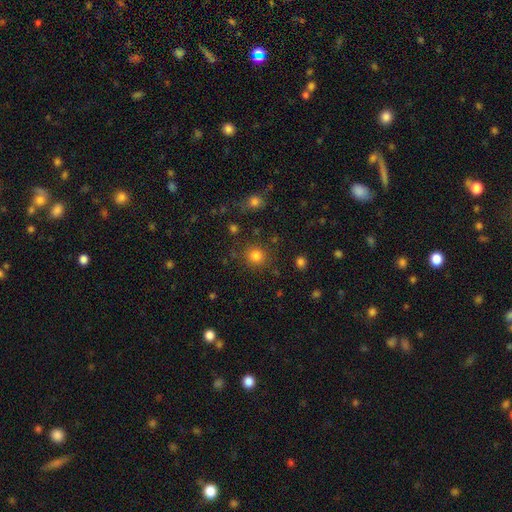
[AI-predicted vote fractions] Q: Smooth or featured?
A: smooth (82%); runner-up: star or artifact (14%)
Q: How rounded?
A: round (88%); runner-up: in between (11%)
Q: Merging?
A: none (84%); runner-up: minor disturbance (9%)